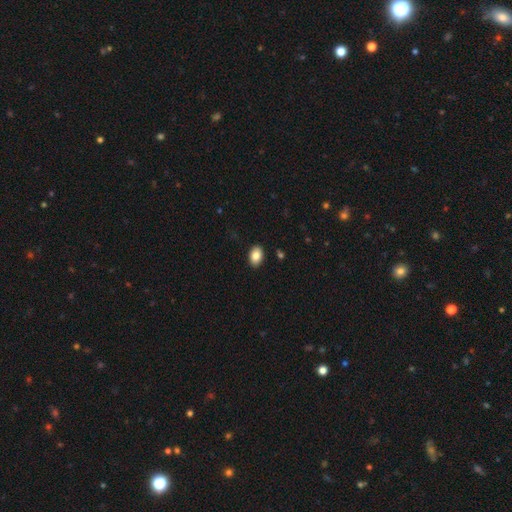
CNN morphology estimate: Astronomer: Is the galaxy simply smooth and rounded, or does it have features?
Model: smooth — 85%.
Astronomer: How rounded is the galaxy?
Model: in between — 84%.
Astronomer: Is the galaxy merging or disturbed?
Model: none — 89%.